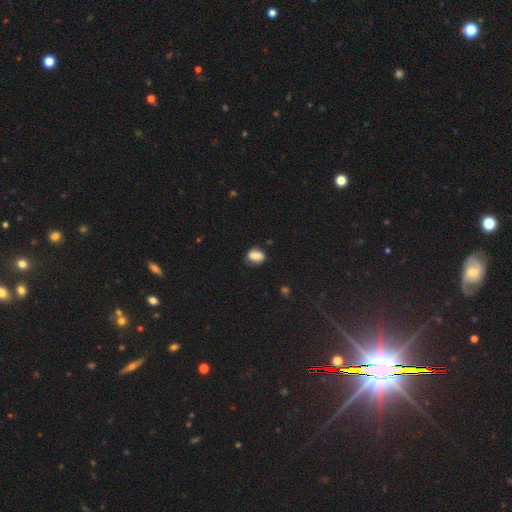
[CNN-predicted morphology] Smooth or featured: smooth — 76% (featured or disk — 15%)
How rounded: in between — 68% (round — 31%)
Merging: none — 67% (minor disturbance — 24%)